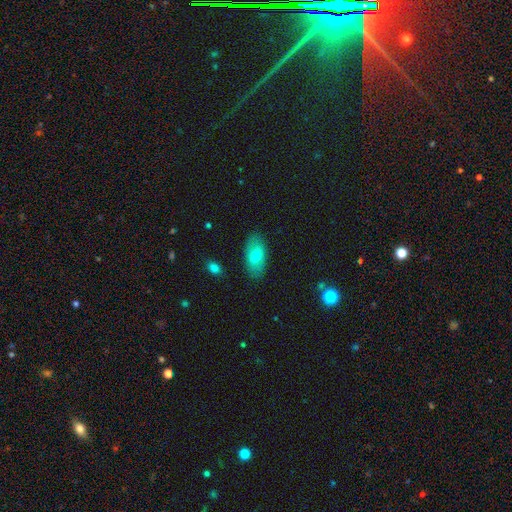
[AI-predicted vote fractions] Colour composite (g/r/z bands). It shows a smooth galaxy with no disk features (71%) that is in between round and cigar-shaped (91%). Merging: none (86%).